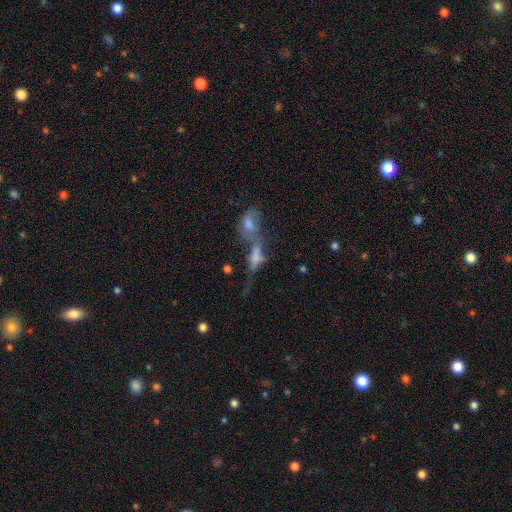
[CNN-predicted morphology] Smooth or featured? Predicted: featured or disk (p=0.43). Merging? Predicted: merger (p=0.62).